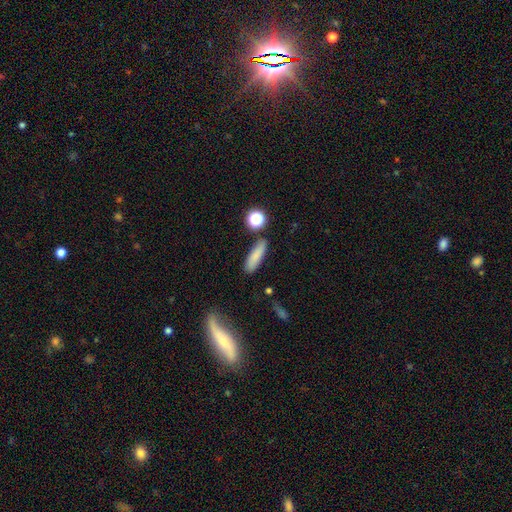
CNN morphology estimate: Q: Smooth or featured?
A: smooth (81%); runner-up: star or artifact (10%)
Q: How rounded?
A: cigar-shaped (60%); runner-up: in between (36%)
Q: Merging?
A: none (82%); runner-up: minor disturbance (10%)